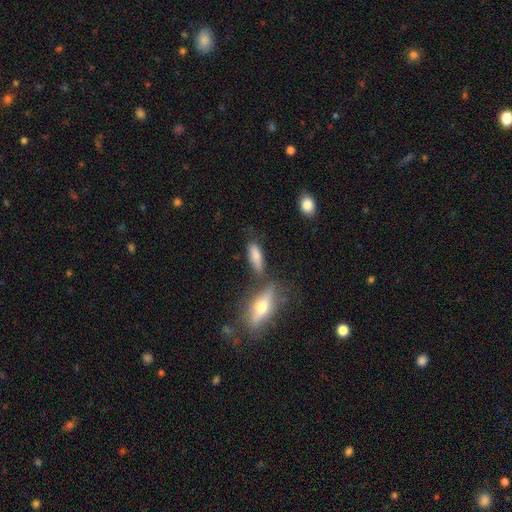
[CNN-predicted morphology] Smooth or featured? Predicted: smooth (p=0.74). How rounded? Predicted: in between (p=0.55). Merging? Predicted: none (p=0.59).